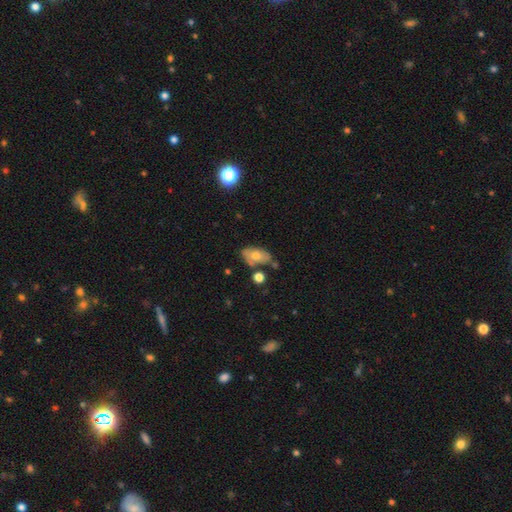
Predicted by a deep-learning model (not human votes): This appears to be a smooth galaxy with no disk features (61%) that is in between round and cigar-shaped (90%). Merging: none (56%).